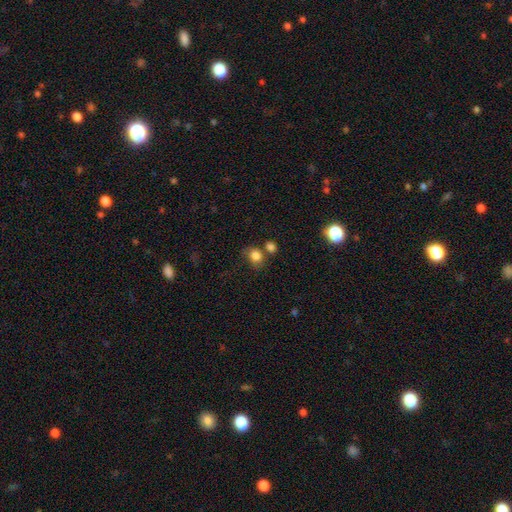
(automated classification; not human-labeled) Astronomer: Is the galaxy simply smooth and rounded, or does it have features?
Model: smooth — 83%.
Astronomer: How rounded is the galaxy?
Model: round — 58% (runner-up: in between, 41%).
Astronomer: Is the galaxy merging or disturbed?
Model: none — 57%.